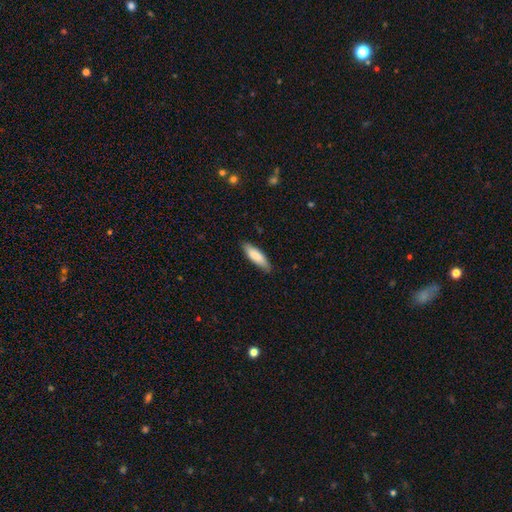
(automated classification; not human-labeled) Smooth or featured: smooth — 85% (featured or disk — 10%)
How rounded: cigar-shaped — 58% (in between — 41%)
Merging: none — 84% (minor disturbance — 13%)